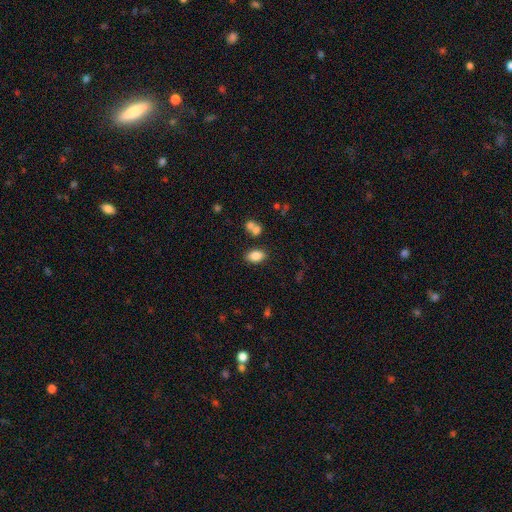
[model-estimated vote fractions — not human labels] Smooth or featured: smooth — 84% (star or artifact — 9%)
How rounded: in between — 88% (round — 11%)
Merging: none — 77% (minor disturbance — 10%)